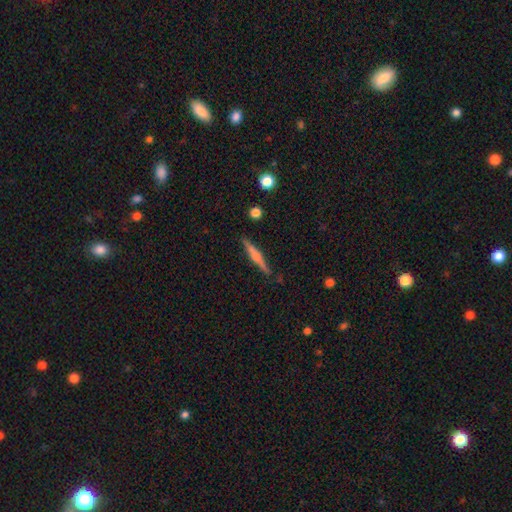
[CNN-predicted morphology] The model was most divided on "smooth or featured": featured or disk: 55%, smooth: 39%, star or artifact: 7%. More confident: edge-on disk — yes (97%); merging — none (88%); edge-on bulge — rounded (69%).